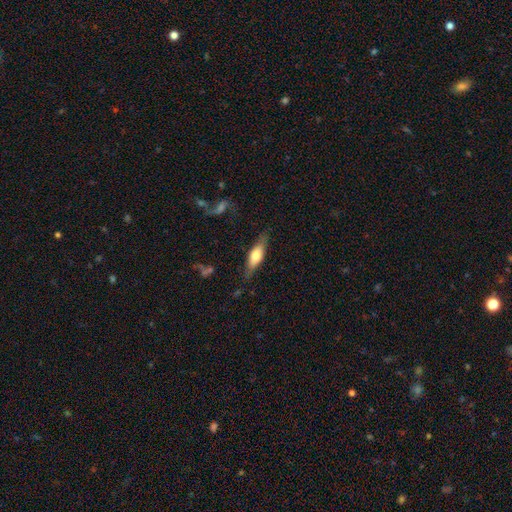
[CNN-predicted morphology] smooth-or-featured: smooth: 54% | featured or disk: 40% | star or artifact: 6%
  how-rounded: cigar-shaped: 51% | in between: 46% | round: 3%
  merging: none: 79% | minor disturbance: 15% | major disturbance: 4% | merger: 2%